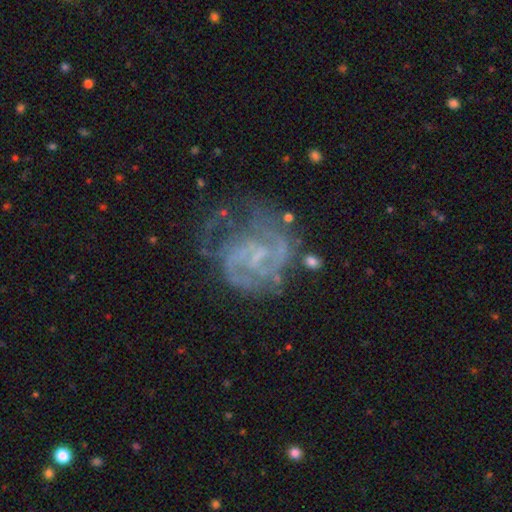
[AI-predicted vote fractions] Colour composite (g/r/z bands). It shows a featured or disk galaxy (81%) with no bar (45%), 2 (42%) tight (44%) spiral arms (87%) and no central bulge (47%). Merging: none (47%).